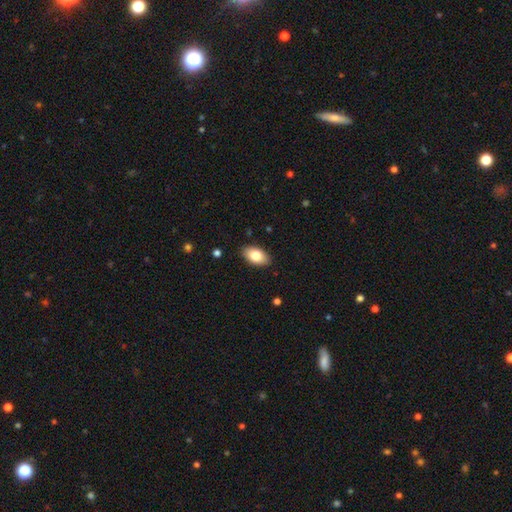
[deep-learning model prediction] smooth 81%, featured or disk 12%, star or artifact 7%. Down the decision tree: how rounded — in between (93%); merging — none (88%).